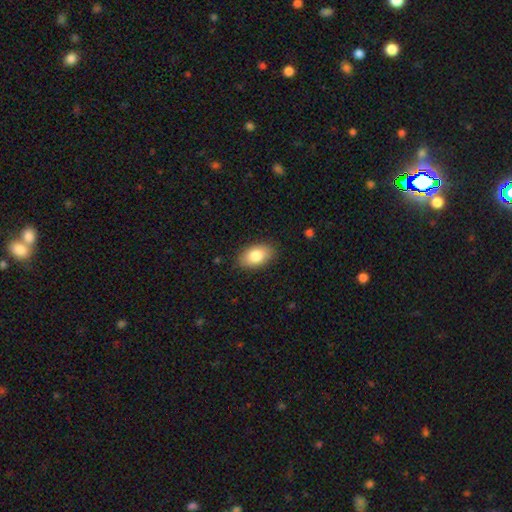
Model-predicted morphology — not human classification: Overall: smooth (82%). How rounded: in between (93%). Merging: none (87%).